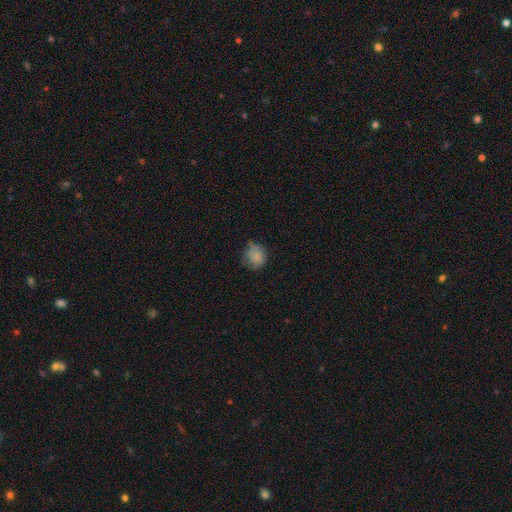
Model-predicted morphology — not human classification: This is clearly a smooth galaxy (81%). How rounded: likely round (79%). Merging: possibly none (55%).